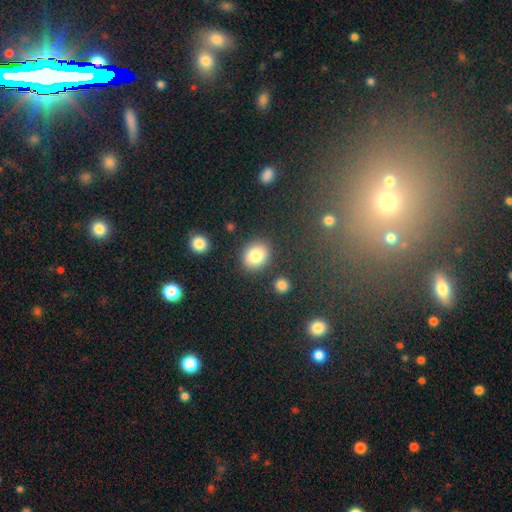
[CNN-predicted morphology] A smooth galaxy with no disk features (81%) that is round (67%). Merging: none (84%).